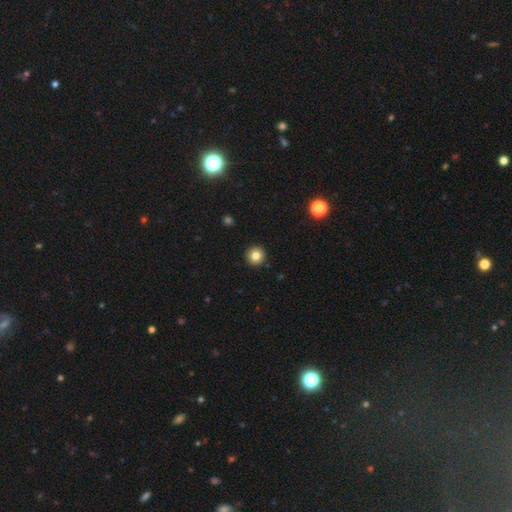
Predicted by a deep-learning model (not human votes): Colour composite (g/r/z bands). It shows a smooth galaxy with no disk features (82%) that is round (96%). Merging: none (93%).